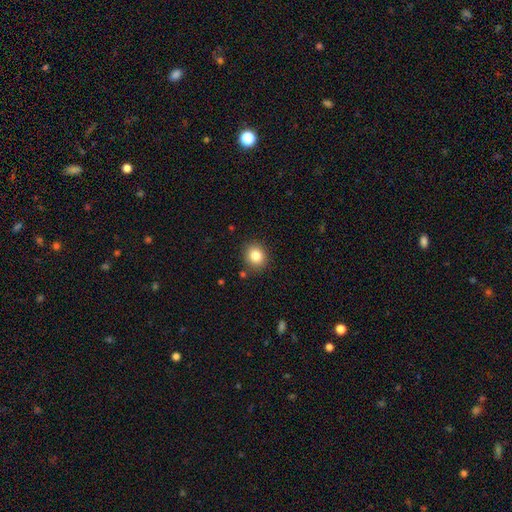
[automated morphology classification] smooth 82%, star or artifact 11%, featured or disk 7%. Down the decision tree: how rounded — round (76%); merging — none (86%).